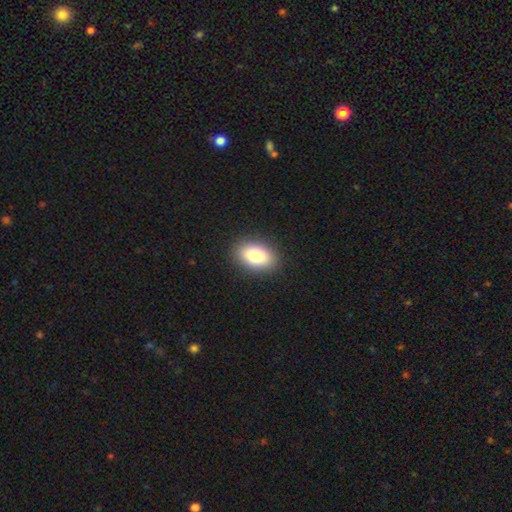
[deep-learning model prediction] Smooth or featured?
  - smooth: 80% *
  - featured or disk: 12%
  - star or artifact: 8%
How rounded?
  - in between: 86% *
  - round: 12%
  - cigar-shaped: 2%
Merging?
  - none: 89% *
  - minor disturbance: 7%
  - major disturbance: 2%
  - merger: 1%